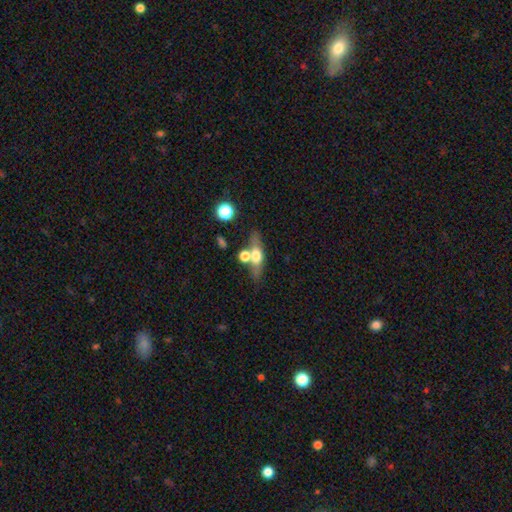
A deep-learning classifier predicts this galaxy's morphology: The model was most divided on "smooth or featured": smooth: 49%, featured or disk: 42%, star or artifact: 9%. More confident: merging — none (60%).